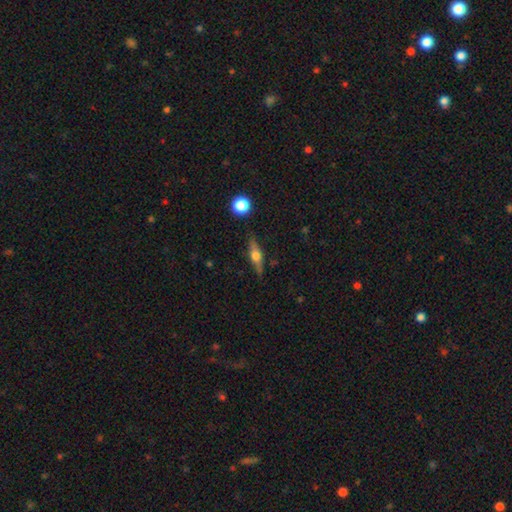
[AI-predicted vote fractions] This appears to be a featured or disk galaxy (55%) viewed edge-on (93%) with a rounded central bulge (93%). Merging: none (84%).